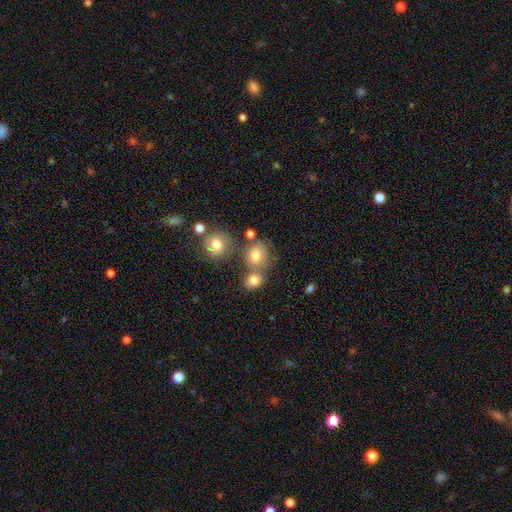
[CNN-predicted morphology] Overall: smooth (71%). How rounded: round (68%; in between 30%). Merging: none (52%; merger 29%).